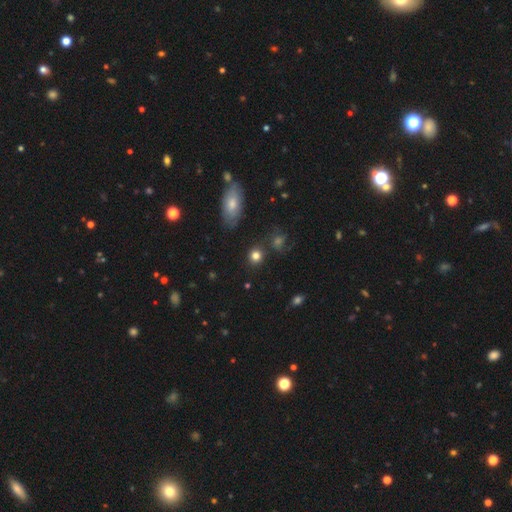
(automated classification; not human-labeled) Smooth or featured? Predicted: smooth (p=0.81). How rounded? Predicted: round (p=0.84). Merging? Predicted: none (p=0.79).